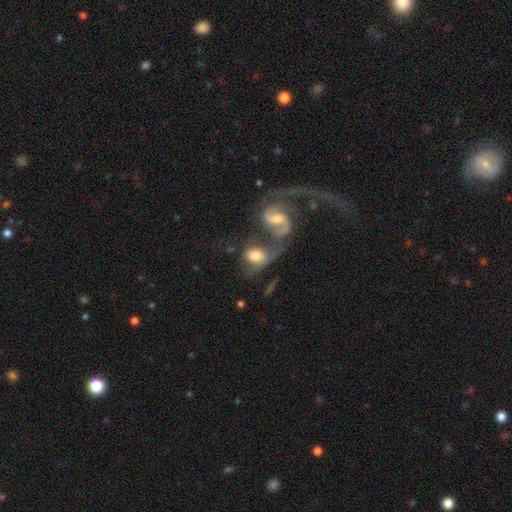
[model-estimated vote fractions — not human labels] featured or disk 47%, smooth 45%, star or artifact 8%. Down the decision tree: merging — merger (57%).